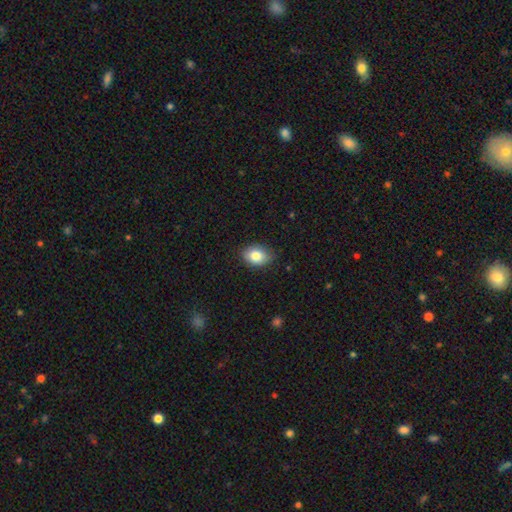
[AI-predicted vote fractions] smooth-or-featured: smooth: 83% | featured or disk: 9% | star or artifact: 8%
  how-rounded: in between: 73% | round: 26% | cigar-shaped: 1%
  merging: none: 81% | minor disturbance: 16% | major disturbance: 3% | merger: 1%